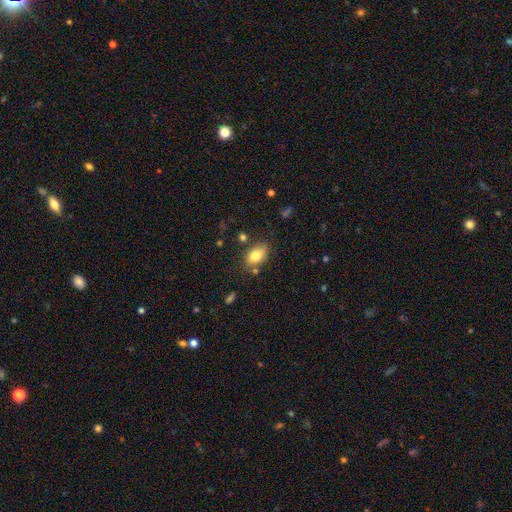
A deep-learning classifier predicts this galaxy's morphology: Overall: smooth (80%). How rounded: in between (88%). Merging: none (72%).